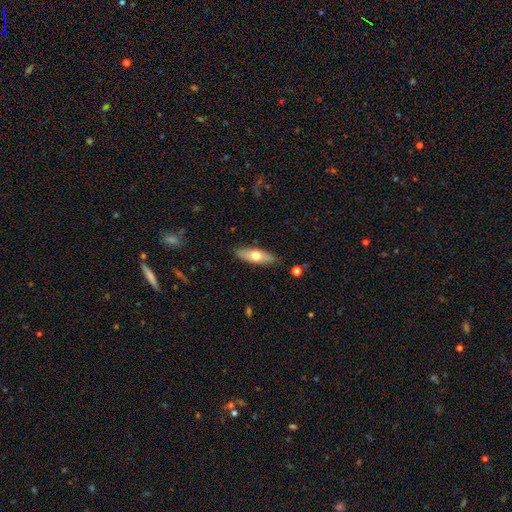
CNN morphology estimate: Smooth or featured: smooth — 60% (featured or disk — 35%)
How rounded: in between — 57% (cigar-shaped — 40%)
Merging: none — 87% (minor disturbance — 10%)